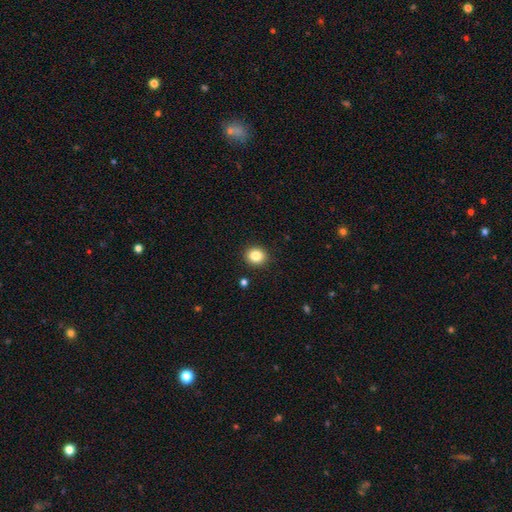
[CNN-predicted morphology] Smooth or featured?
  - smooth: 85% *
  - star or artifact: 10%
  - featured or disk: 5%
How rounded?
  - round: 78% *
  - in between: 21%
  - cigar-shaped: 1%
Merging?
  - none: 91% *
  - minor disturbance: 6%
  - major disturbance: 2%
  - merger: 1%